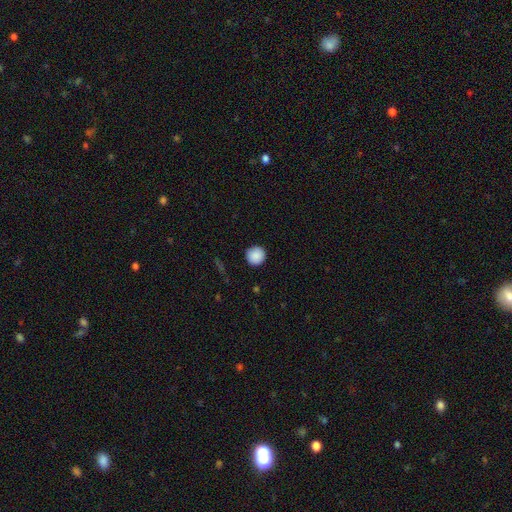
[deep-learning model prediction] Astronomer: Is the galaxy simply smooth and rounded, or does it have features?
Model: smooth — 89%.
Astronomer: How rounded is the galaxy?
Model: round — 95%.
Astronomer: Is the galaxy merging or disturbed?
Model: none — 92%.